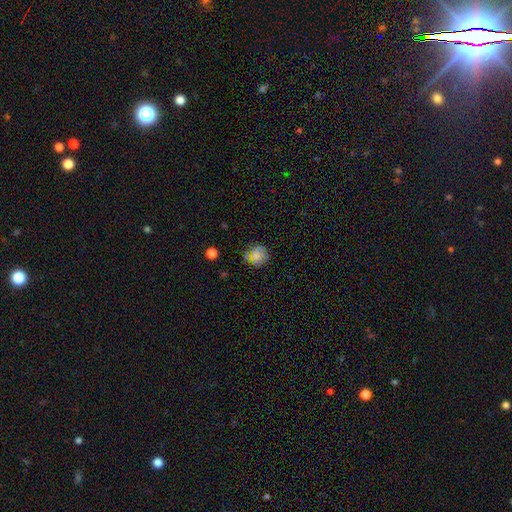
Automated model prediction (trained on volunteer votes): This is likely a smooth galaxy (74%). How rounded: clearly round (87%). Merging: likely none (69%).